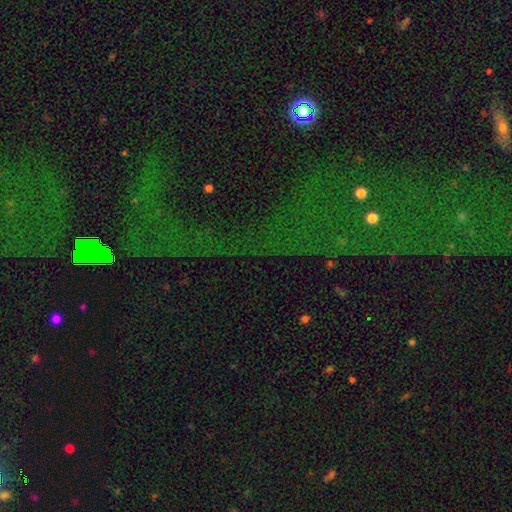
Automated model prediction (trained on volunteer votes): smooth_or_featured: star or artifact (p=0.79) [alt: smooth p=0.11]